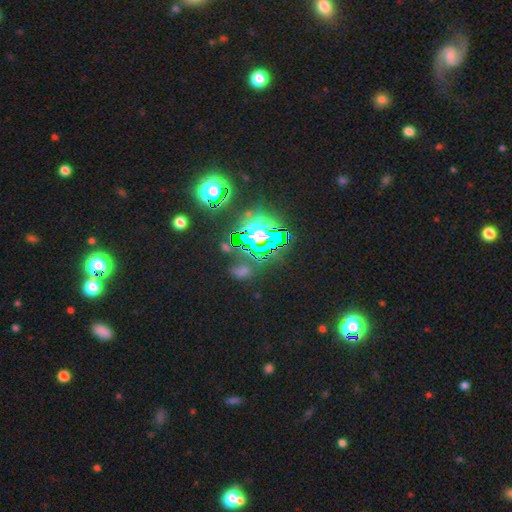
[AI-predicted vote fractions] This is clearly a star or artifact rather than a galaxy (83%).